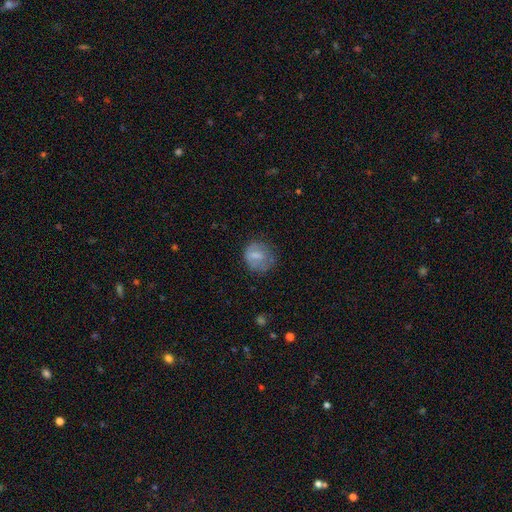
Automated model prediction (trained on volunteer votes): A smooth galaxy with no disk features (68%) that is round (70%).

Vote fractions:
- Smooth or featured? smooth: 68% / featured or disk: 24% / star or artifact: 9%
- How rounded? round: 70% / in between: 29% / cigar-shaped: 1%
- Merging? none: 57% / minor disturbance: 26% / major disturbance: 15% / merger: 2%